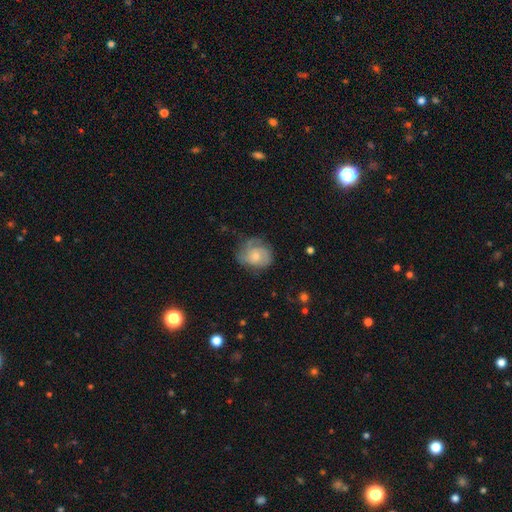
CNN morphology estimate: type=featured or disk (54%); edge-on=no (97%); bar=no (77%); spiral arms=yes (83%); bulge=small (48%); merging=none (55%).